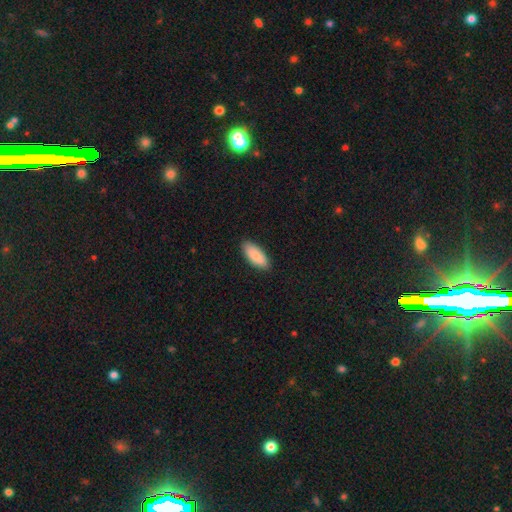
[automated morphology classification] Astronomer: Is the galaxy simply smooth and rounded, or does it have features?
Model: smooth — 87%.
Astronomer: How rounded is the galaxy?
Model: in between — 80%.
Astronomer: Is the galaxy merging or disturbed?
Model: none — 87%.